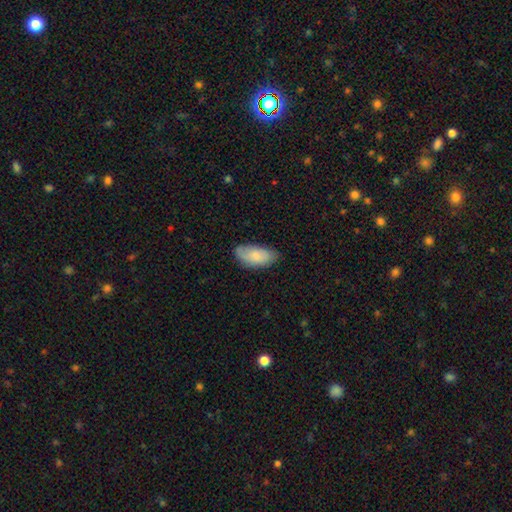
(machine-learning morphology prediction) Overall: smooth (79%). How rounded: in between (92%). Merging: none (74%).